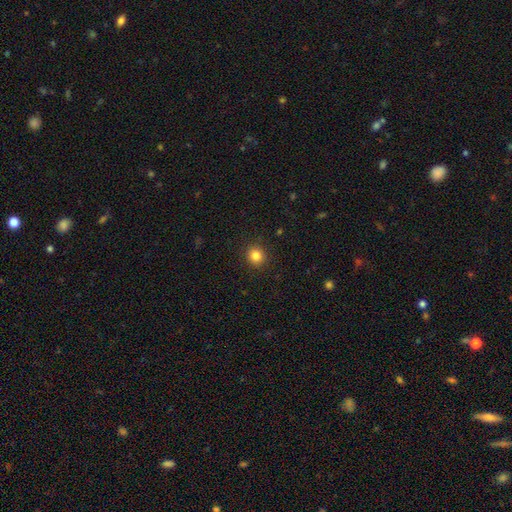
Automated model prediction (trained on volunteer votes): A smooth galaxy with no disk features (84%) that is round (89%).

Vote fractions:
- Smooth or featured? smooth: 84% / star or artifact: 11% / featured or disk: 5%
- How rounded? round: 89% / in between: 10% / cigar-shaped: 1%
- Merging? none: 91% / minor disturbance: 6% / major disturbance: 2% / merger: 1%